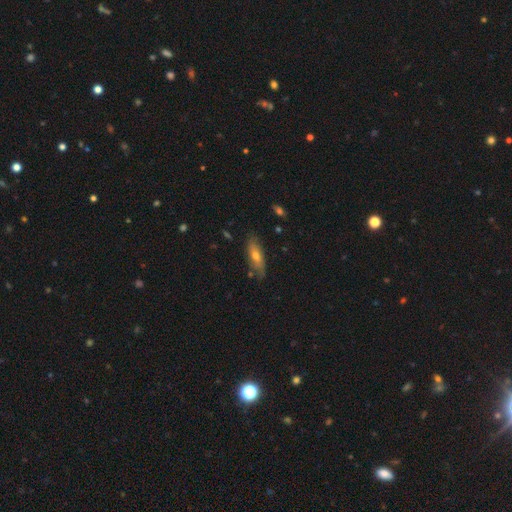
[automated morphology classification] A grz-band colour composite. It shows a smooth galaxy with no disk features (49%). Merging: none (76%).